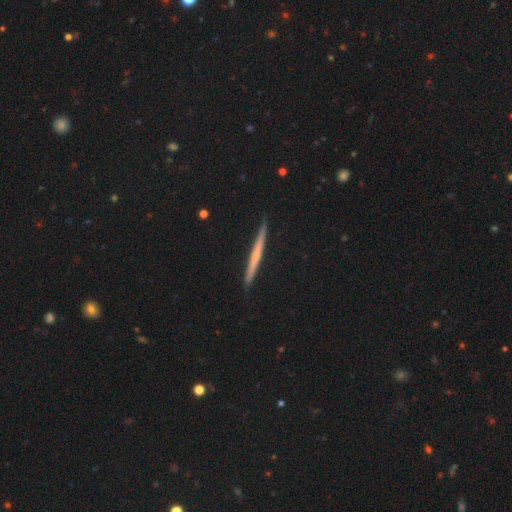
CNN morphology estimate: Smooth or featured? Predicted: featured or disk (p=0.61). Edge-on disk? Predicted: yes (p=0.98). Edge-on bulge? Predicted: none (p=0.60). Merging? Predicted: none (p=0.91).